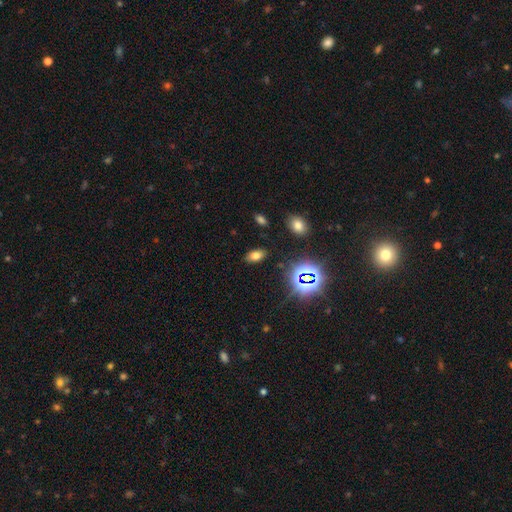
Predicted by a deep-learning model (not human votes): smooth_or_featured: smooth (p=0.67) [alt: star or artifact p=0.24]
how_rounded: in between (p=0.90) [alt: round p=0.07]
merging: none (p=0.86) [alt: minor disturbance p=0.09]